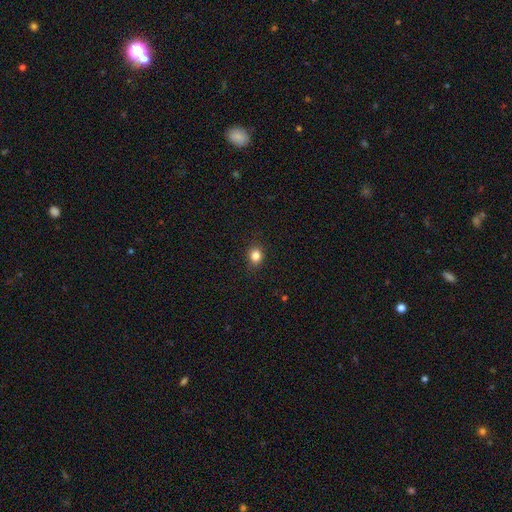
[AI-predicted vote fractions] Smooth or featured: smooth — 84% (star or artifact — 12%)
How rounded: round — 70% (in between — 29%)
Merging: none — 88% (minor disturbance — 9%)